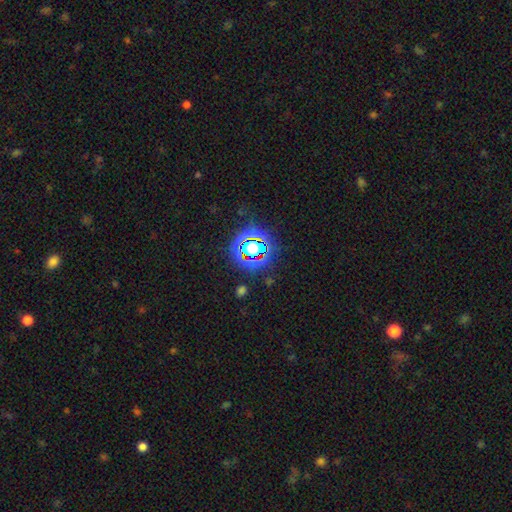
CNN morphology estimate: smooth_or_featured: star or artifact (p=0.80) [alt: smooth p=0.12]